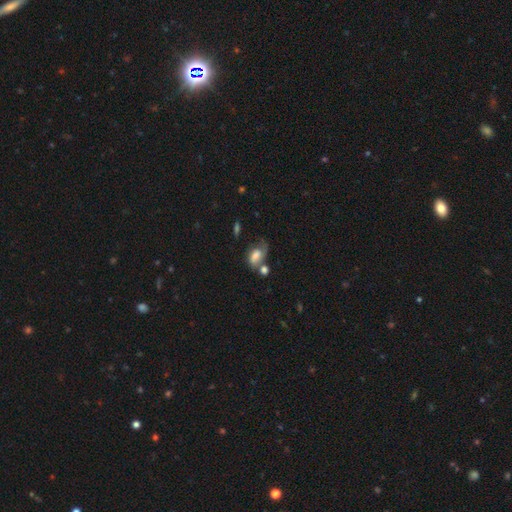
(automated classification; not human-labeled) This appears to be a smooth galaxy with no disk features (62%) that is in between round and cigar-shaped (85%). Merging: none (32%).